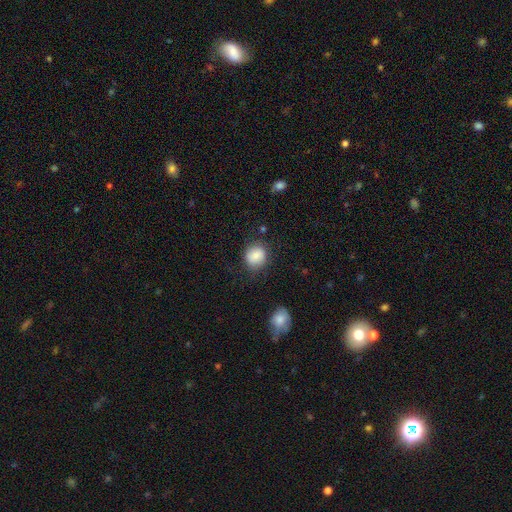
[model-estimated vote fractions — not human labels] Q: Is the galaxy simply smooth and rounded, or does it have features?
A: smooth — 85%.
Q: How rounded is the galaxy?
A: round — 72%.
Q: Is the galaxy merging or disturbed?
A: none — 76%.